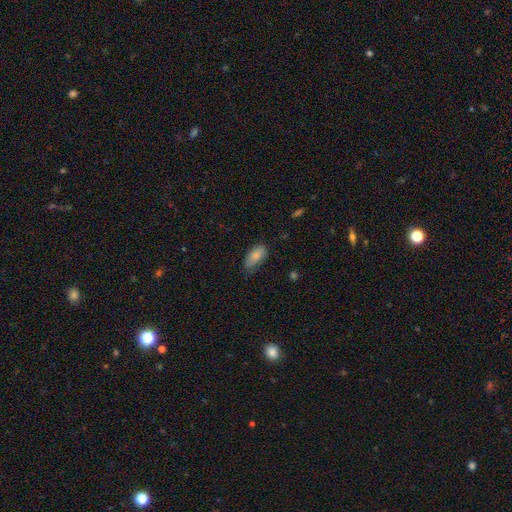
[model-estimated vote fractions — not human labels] Morphology: type=smooth (82%); roundness=in between (89%); merging=none (66%).